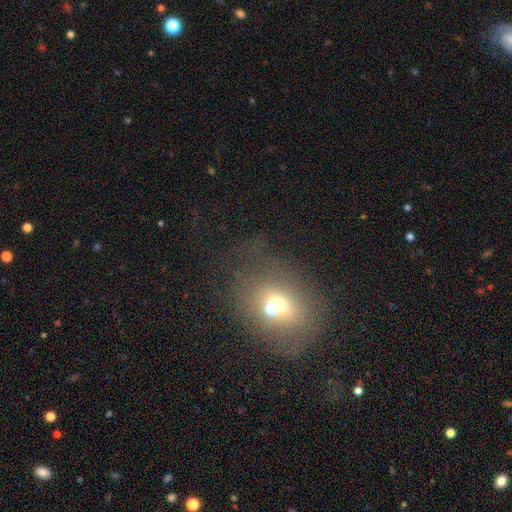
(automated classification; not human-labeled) Smooth or featured? smooth (53%)
How rounded? in between (56%)
Merging? none (51%)